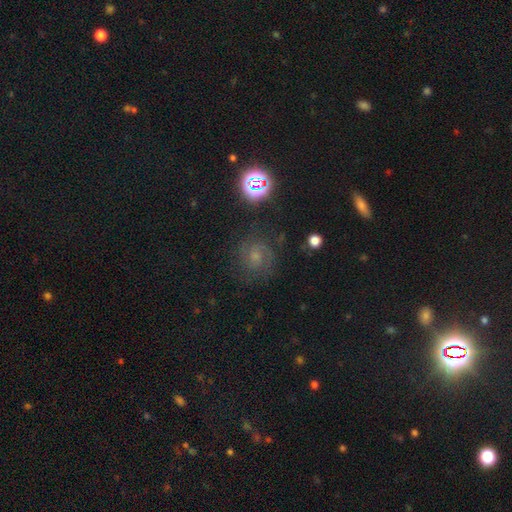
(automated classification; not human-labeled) Overall: featured or disk (58%; star or artifact 23%). Edge-on disk: no (97%). Bar: no (58%; weak 35%). Spiral arms: yes (94%). Spiral arm count: 2 (57%; can't tell 21%). Spiral winding: tight (52%; medium 39%). Bulge size: small (47%; moderate 35%). Merging: none (75%).